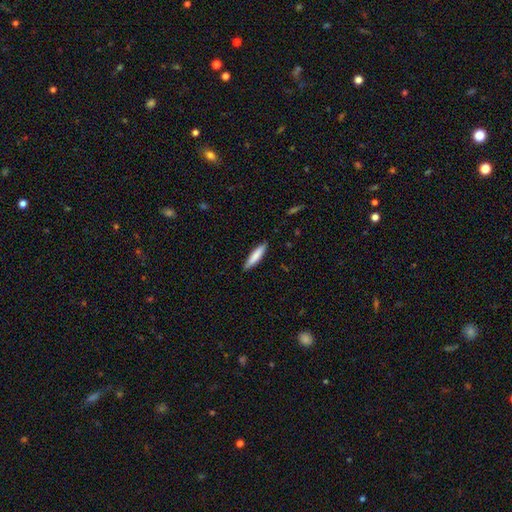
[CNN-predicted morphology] smooth-or-featured: smooth: 79% | featured or disk: 16% | star or artifact: 5%
  how-rounded: cigar-shaped: 84% | in between: 15% | round: 1%
  merging: none: 89% | minor disturbance: 8% | major disturbance: 2% | merger: 1%